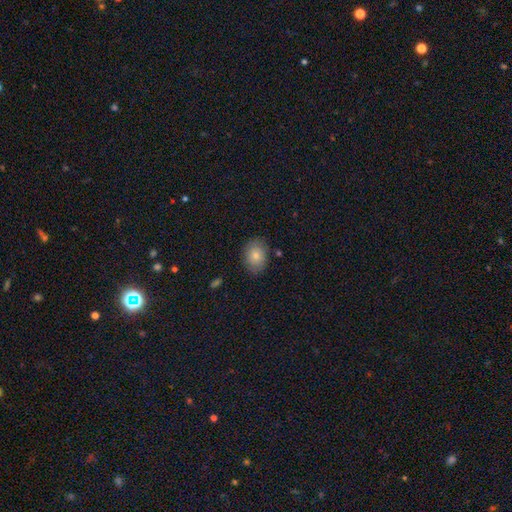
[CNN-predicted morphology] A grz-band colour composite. It shows a smooth galaxy with no disk features (78%) that is in between round and cigar-shaped (63%). Merging: none (80%).